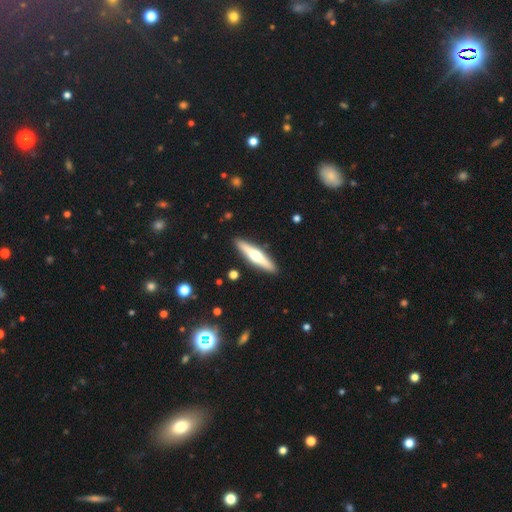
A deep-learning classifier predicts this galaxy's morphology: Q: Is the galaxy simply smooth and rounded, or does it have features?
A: featured or disk — 57%.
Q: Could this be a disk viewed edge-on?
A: yes — 94%.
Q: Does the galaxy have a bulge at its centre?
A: rounded — 93%.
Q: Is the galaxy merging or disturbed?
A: none — 91%.